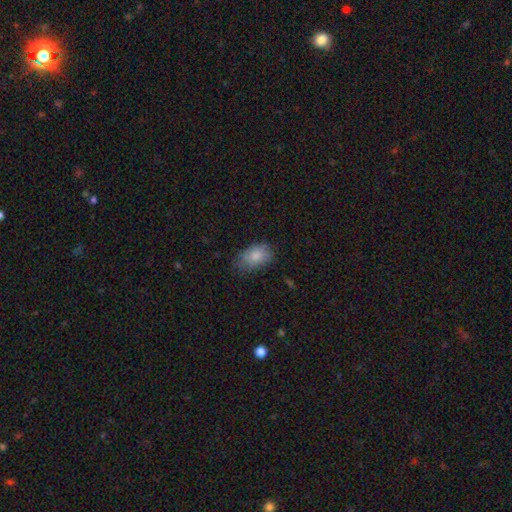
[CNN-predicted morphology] Q: Smooth or featured?
A: smooth (83%); runner-up: featured or disk (10%)
Q: How rounded?
A: in between (89%); runner-up: round (10%)
Q: Merging?
A: none (67%); runner-up: minor disturbance (25%)